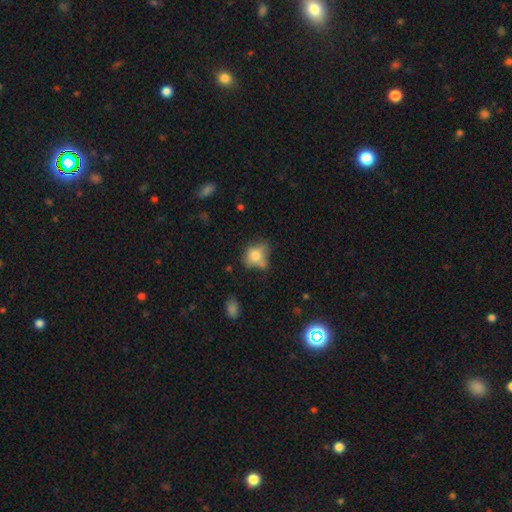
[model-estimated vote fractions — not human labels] A smooth galaxy with no disk features (72%) that is round (53%). Merging: none (41%).